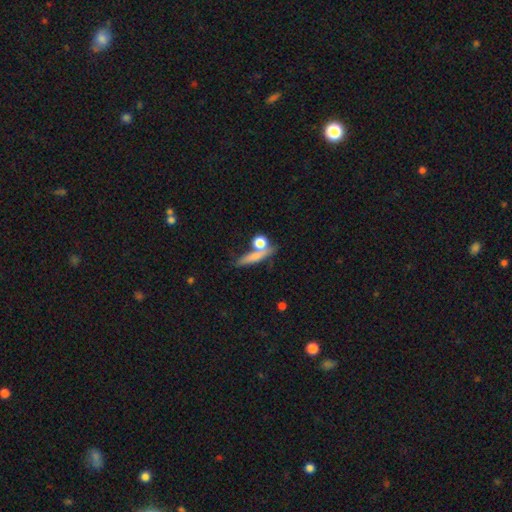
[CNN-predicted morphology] Q: Smooth or featured?
A: smooth (68%); runner-up: featured or disk (22%)
Q: How rounded?
A: cigar-shaped (56%); runner-up: round (23%)
Q: Merging?
A: none (55%); runner-up: merger (25%)